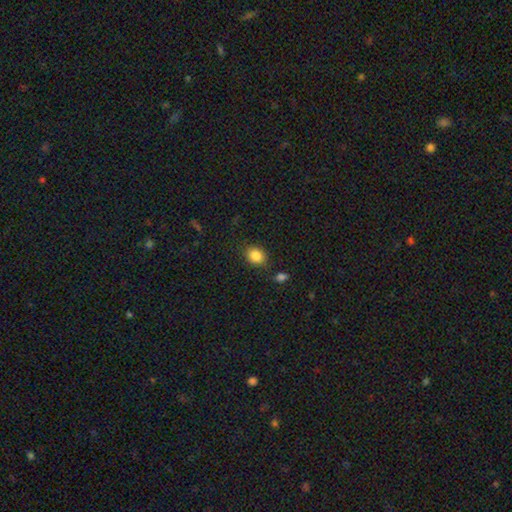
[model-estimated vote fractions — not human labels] A smooth galaxy with no disk features (85%) that is round (53%).

Vote fractions:
- Smooth or featured? smooth: 85% / star or artifact: 10% / featured or disk: 5%
- How rounded? round: 53% / in between: 46% / cigar-shaped: 1%
- Merging? none: 82% / minor disturbance: 11% / merger: 3% / major disturbance: 3%